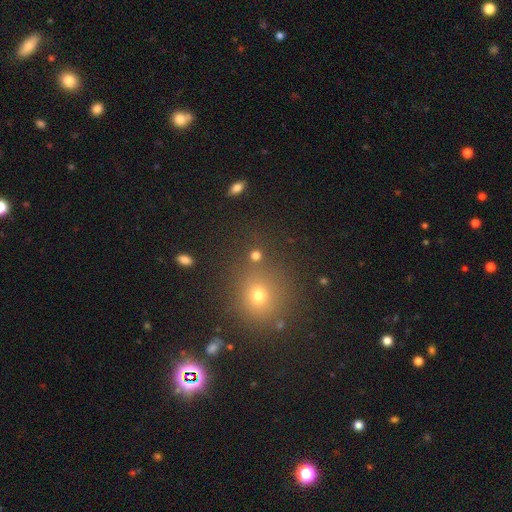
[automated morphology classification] type=smooth (71%); roundness=round (90%); merging=none (78%).